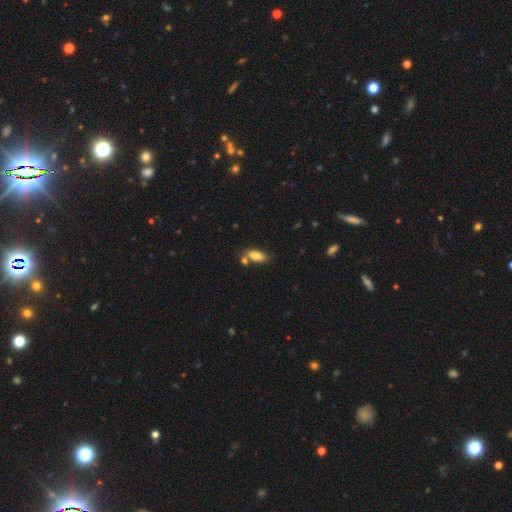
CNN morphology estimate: smooth 82%, featured or disk 10%, star or artifact 8%. Down the decision tree: how rounded — in between (79%); merging — none (65%).